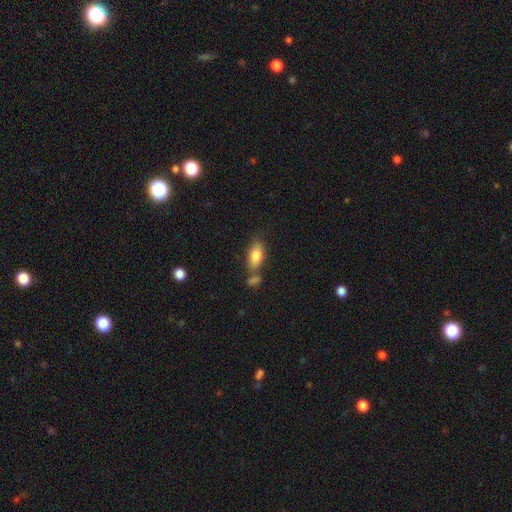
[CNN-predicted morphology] smooth-or-featured: smooth: 81% | featured or disk: 12% | star or artifact: 7%
  how-rounded: in between: 88% | cigar-shaped: 8% | round: 4%
  merging: none: 57% | merger: 23% | minor disturbance: 15% | major disturbance: 4%